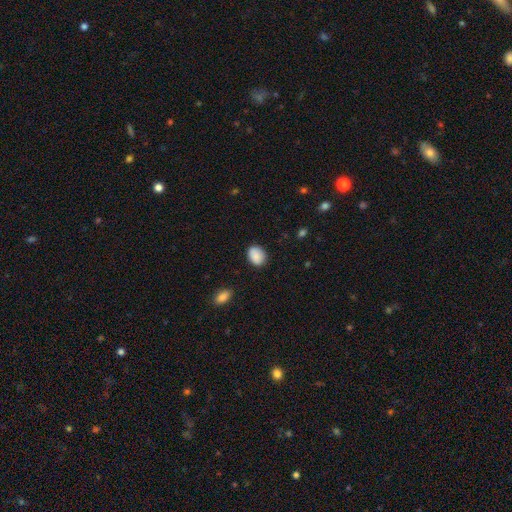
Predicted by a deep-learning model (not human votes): A smooth galaxy with no disk features (88%) that is in between round and cigar-shaped (64%).

Vote fractions:
- Smooth or featured? smooth: 88% / star or artifact: 7% / featured or disk: 4%
- How rounded? in between: 64% / round: 35% / cigar-shaped: 1%
- Merging? none: 84% / minor disturbance: 12% / major disturbance: 3% / merger: 1%